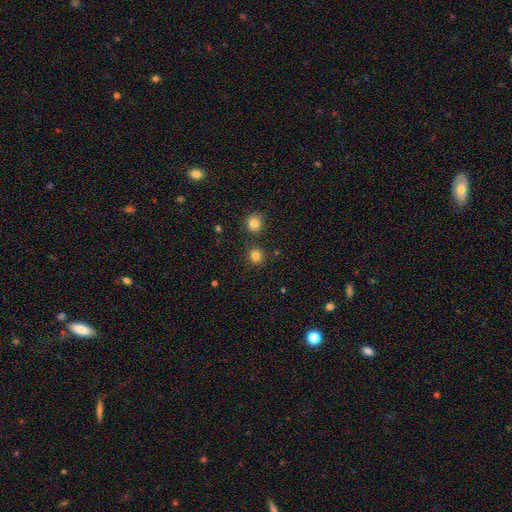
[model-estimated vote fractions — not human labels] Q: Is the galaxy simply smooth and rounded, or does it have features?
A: smooth — 82%.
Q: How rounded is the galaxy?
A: round — 88%.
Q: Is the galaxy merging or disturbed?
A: none — 86%.